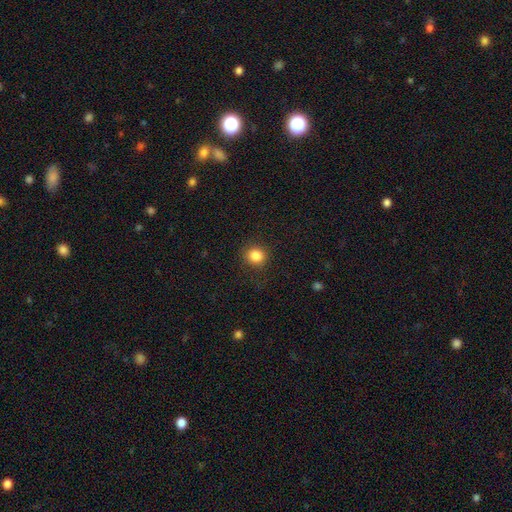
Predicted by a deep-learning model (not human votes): Morphology: type=smooth (85%); roundness=round (87%); merging=none (88%).